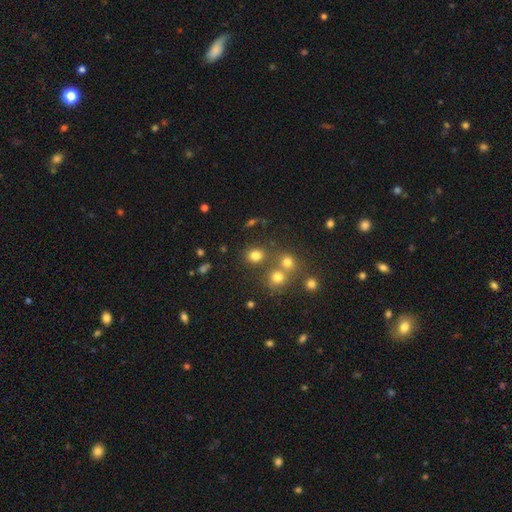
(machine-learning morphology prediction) The model was most divided on "how rounded": round: 73%, in between: 26%, cigar-shaped: 1%. More confident: smooth or featured — smooth (75%); merging — none (70%).